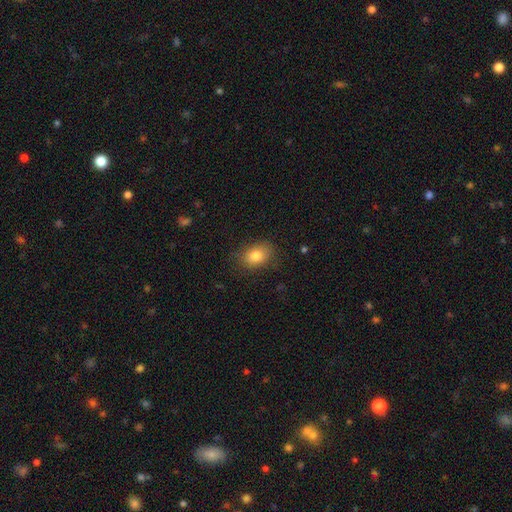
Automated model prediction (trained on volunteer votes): smooth 81%, star or artifact 9%, featured or disk 9%. Down the decision tree: how rounded — in between (73%); merging — none (81%).